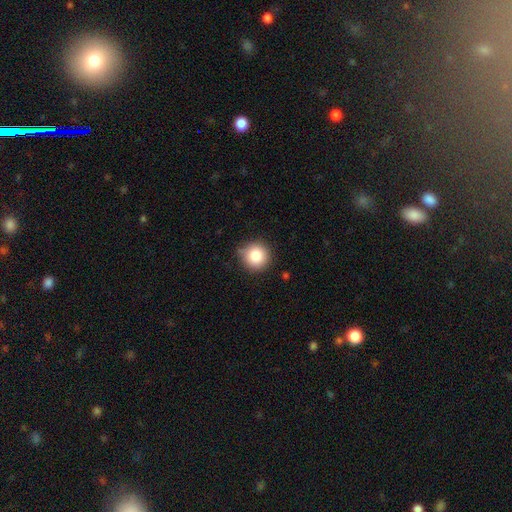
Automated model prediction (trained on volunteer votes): Smooth or featured? smooth (85%)
How rounded? round (94%)
Merging? none (80%)